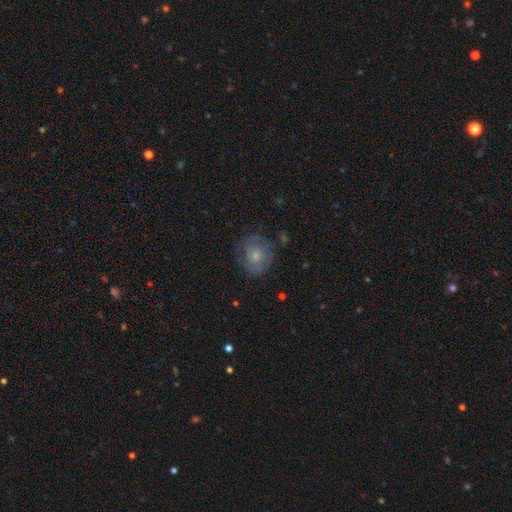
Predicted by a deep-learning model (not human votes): Overall: featured or disk (46%; smooth 45%). Merging: none (68%).